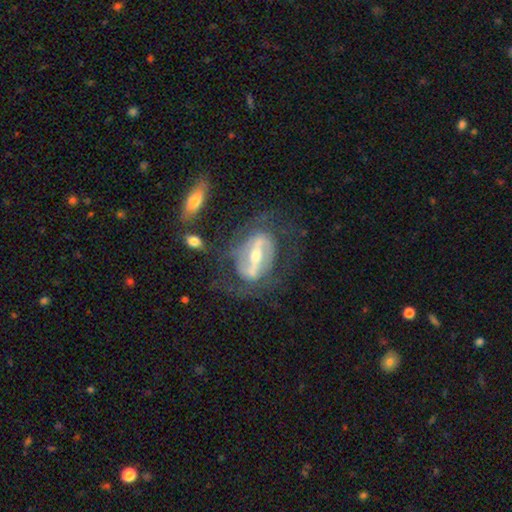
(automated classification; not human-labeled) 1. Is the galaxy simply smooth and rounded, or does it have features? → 86% featured or disk, 9% smooth, 5% star or artifact.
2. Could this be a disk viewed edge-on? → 91% no, 9% yes.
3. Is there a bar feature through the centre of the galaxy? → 74% strong, 20% weak, 7% no.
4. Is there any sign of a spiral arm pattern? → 80% yes, 20% no.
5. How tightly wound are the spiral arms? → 44% medium, 32% tight, 24% loose.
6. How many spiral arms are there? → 78% 2, 13% can't tell, 4% 1, 3% 3, 1% 4, 1% more than 4.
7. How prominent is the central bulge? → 61% moderate, 31% small, 6% large, 1% none, 1% dominant.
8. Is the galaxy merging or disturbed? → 62% none, 18% major disturbance, 16% minor disturbance, 4% merger.